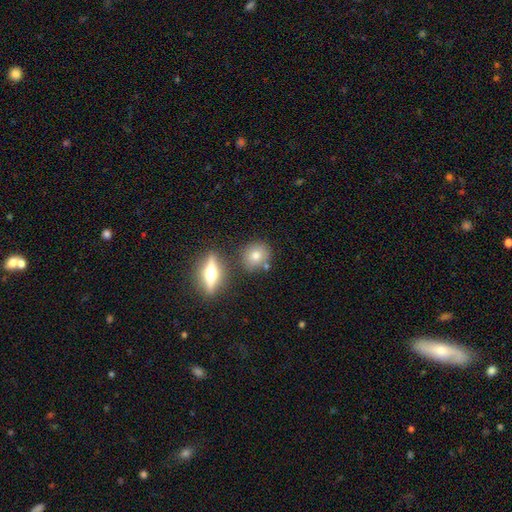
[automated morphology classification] smooth-or-featured: smooth: 69% | featured or disk: 21% | star or artifact: 10%
  how-rounded: round: 76% | in between: 21% | cigar-shaped: 3%
  merging: none: 76% | minor disturbance: 11% | merger: 10% | major disturbance: 3%